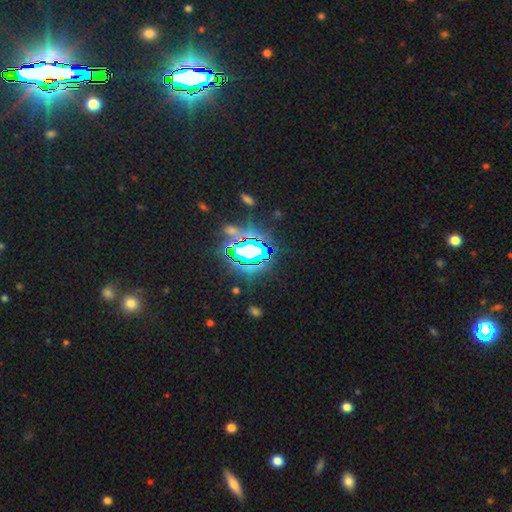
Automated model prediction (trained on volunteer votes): A star or artifact, not a galaxy (75%).